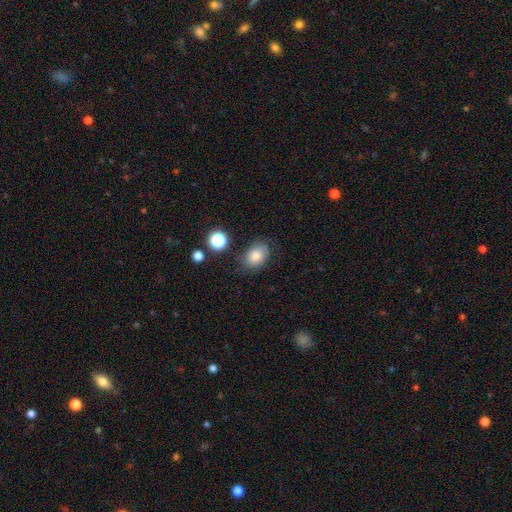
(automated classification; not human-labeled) smooth 76%, featured or disk 14%, star or artifact 10%. Down the decision tree: how rounded — in between (77%); merging — none (72%).